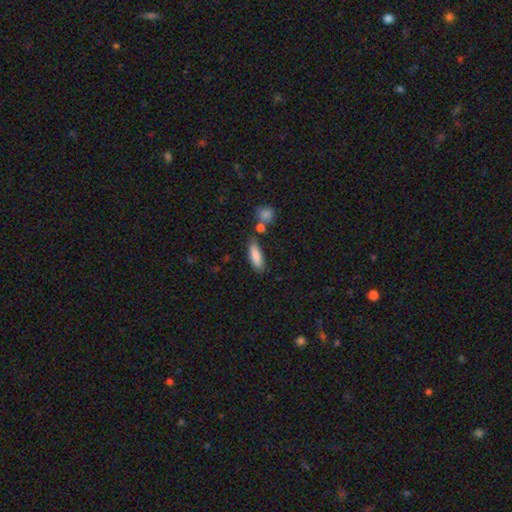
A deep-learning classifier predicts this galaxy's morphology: This is clearly a smooth galaxy (85%). How rounded: possibly in between (56%). Merging: likely none (70%).